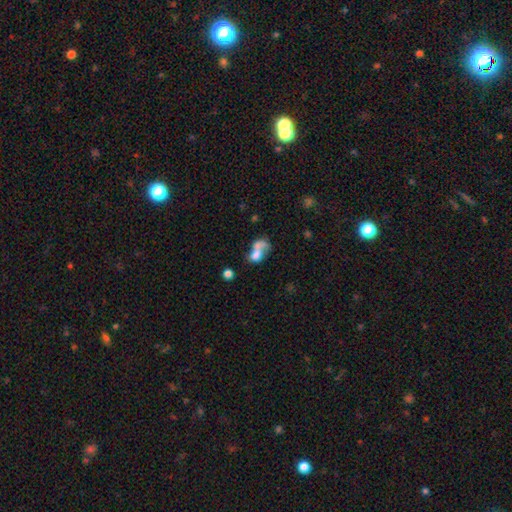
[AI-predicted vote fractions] This is possibly a smooth galaxy (60%). How rounded: likely in between (67%). Merging: likely merger (63%).